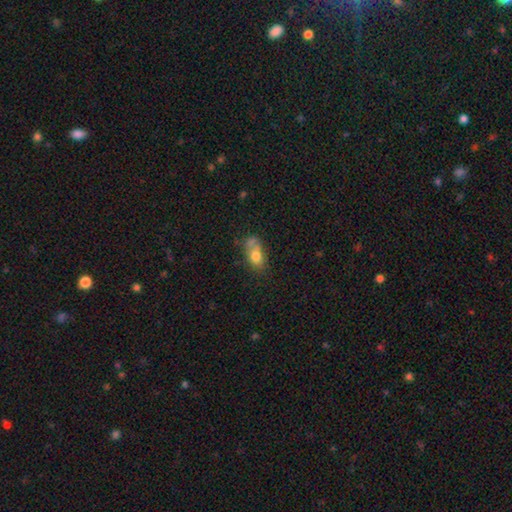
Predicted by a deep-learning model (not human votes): A smooth galaxy with no disk features (73%) that is in between round and cigar-shaped (80%). Merging: none (39%).